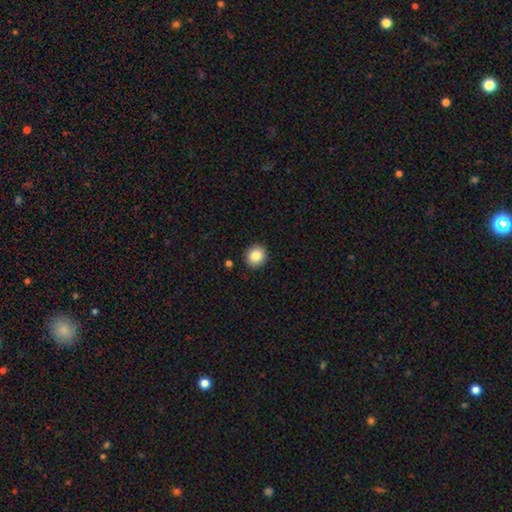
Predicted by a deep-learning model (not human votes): smooth_or_featured: smooth (p=0.85) [alt: star or artifact p=0.09]
how_rounded: round (p=0.85) [alt: in between p=0.14]
merging: none (p=0.90) [alt: minor disturbance p=0.07]